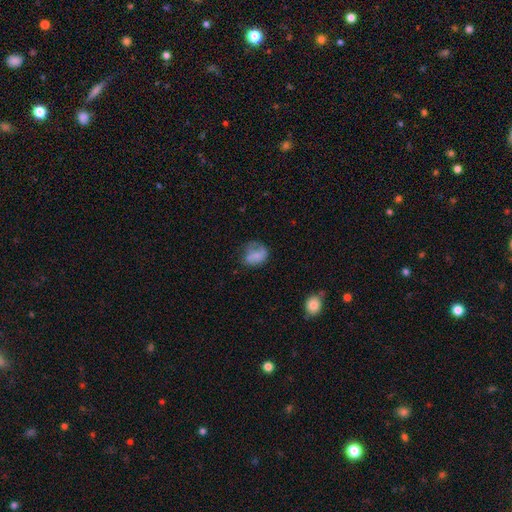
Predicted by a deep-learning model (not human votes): A smooth galaxy with no disk features (65%) that is round (56%).

Vote fractions:
- Smooth or featured? smooth: 65% / featured or disk: 25% / star or artifact: 10%
- How rounded? round: 56% / in between: 43% / cigar-shaped: 1%
- Merging? none: 41% / minor disturbance: 30% / major disturbance: 23% / merger: 6%